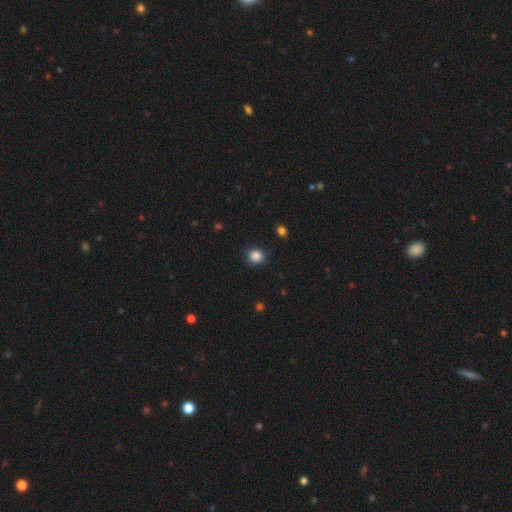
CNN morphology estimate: smooth-or-featured: smooth: 86% | star or artifact: 11% | featured or disk: 3%
  how-rounded: round: 86% | in between: 13% | cigar-shaped: 1%
  merging: none: 88% | minor disturbance: 8% | major disturbance: 2% | merger: 1%